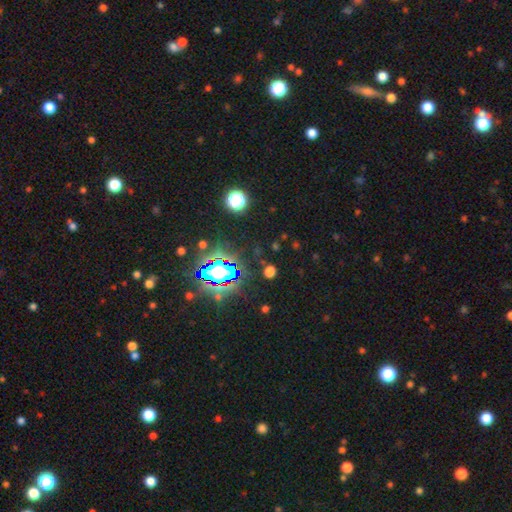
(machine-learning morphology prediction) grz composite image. It shows a star or artifact, not a galaxy (84%).